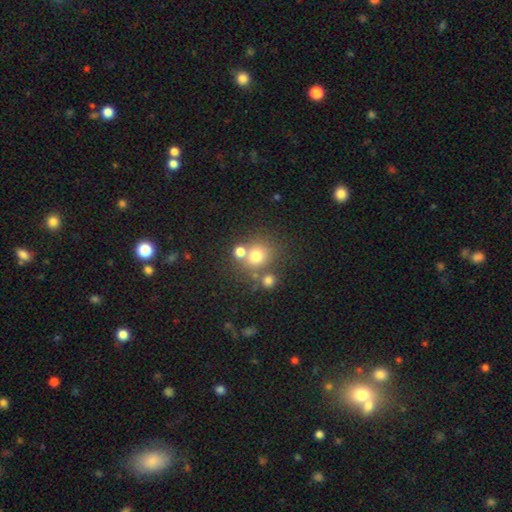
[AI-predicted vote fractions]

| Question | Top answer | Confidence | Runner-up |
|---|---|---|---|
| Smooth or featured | smooth | 71% | star or artifact (17%) |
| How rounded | round | 85% | in between (14%) |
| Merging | none | 60% | merger (27%) |